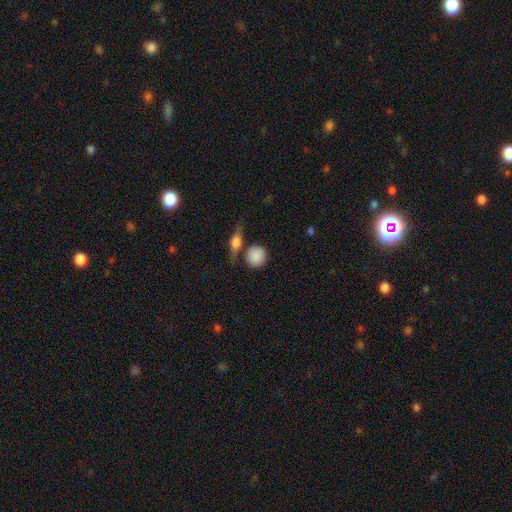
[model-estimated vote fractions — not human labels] This appears to be a smooth galaxy with no disk features (84%) that is round (86%). Merging: none (66%).